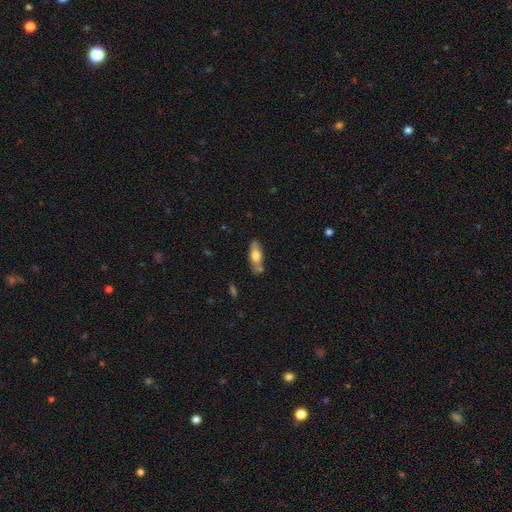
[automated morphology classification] smooth 64%, featured or disk 30%, star or artifact 6%. Down the decision tree: how rounded — in between (74%); merging — none (65%).